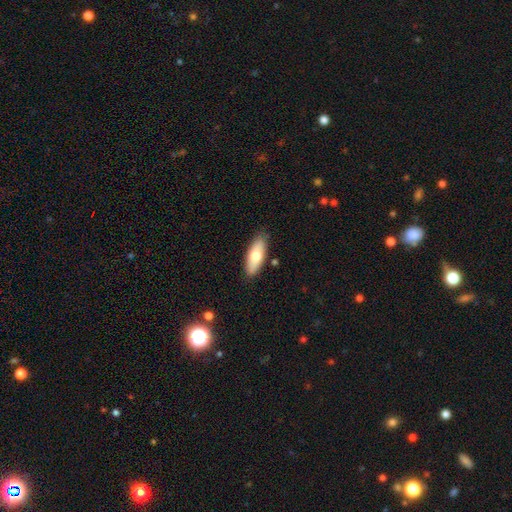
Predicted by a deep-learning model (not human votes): A smooth galaxy with no disk features (70%) that is in between round and cigar-shaped (68%).

Vote fractions:
- Smooth or featured? smooth: 70% / featured or disk: 24% / star or artifact: 6%
- How rounded? in between: 68% / cigar-shaped: 30% / round: 2%
- Merging? none: 85% / minor disturbance: 11% / merger: 2% / major disturbance: 2%